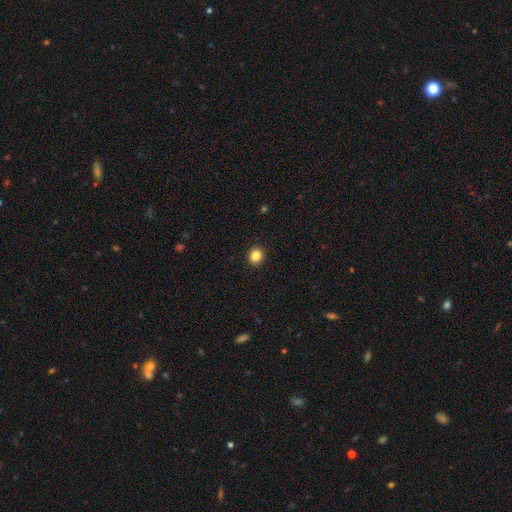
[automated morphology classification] Smooth or featured?
  - smooth: 85% *
  - star or artifact: 11%
  - featured or disk: 4%
How rounded?
  - round: 87% *
  - in between: 12%
  - cigar-shaped: 1%
Merging?
  - none: 93% *
  - minor disturbance: 4%
  - major disturbance: 1%
  - merger: 1%